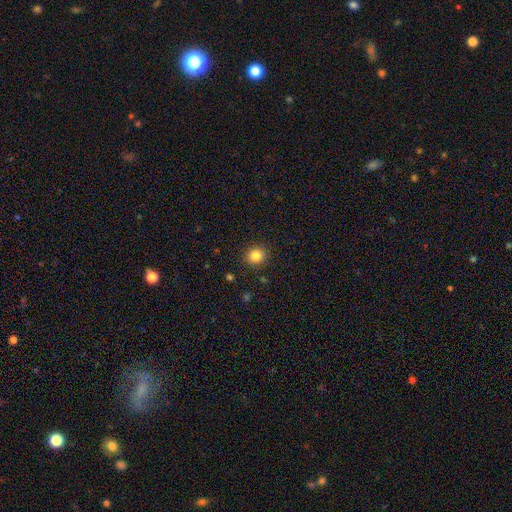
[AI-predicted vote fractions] A smooth galaxy with no disk features (84%) that is round (84%). Merging: none (90%).